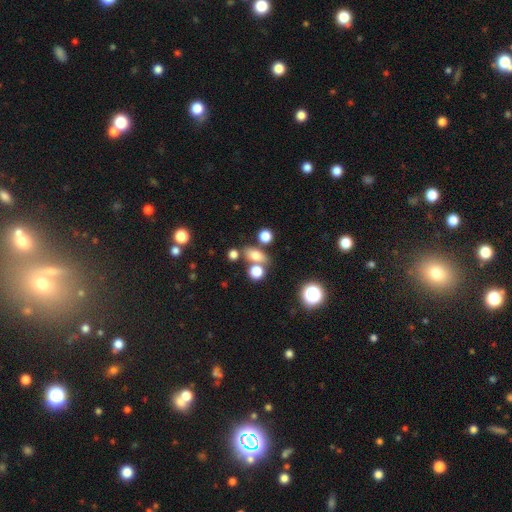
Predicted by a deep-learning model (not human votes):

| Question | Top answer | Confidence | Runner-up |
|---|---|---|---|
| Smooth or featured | smooth | 72% | star or artifact (16%) |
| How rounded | in between | 68% | round (27%) |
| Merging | none | 63% | merger (21%) |